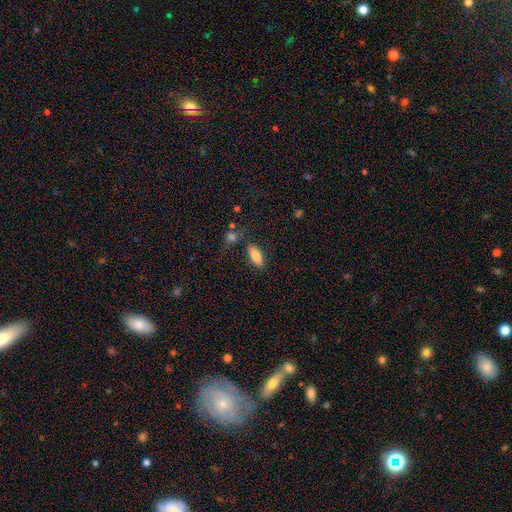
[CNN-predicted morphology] This is clearly a smooth galaxy (83%). How rounded: clearly in between (82%). Merging: likely none (77%).